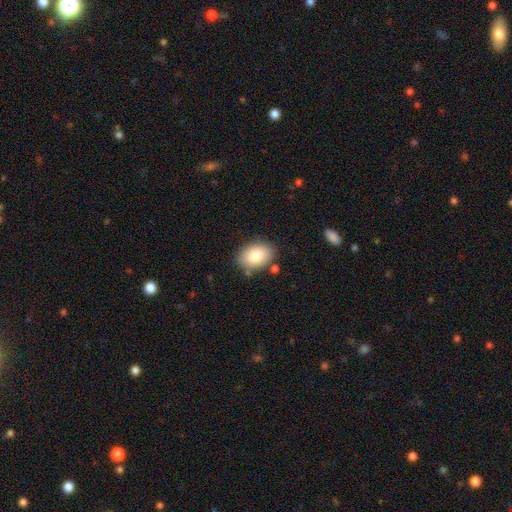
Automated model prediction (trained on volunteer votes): Smooth or featured?
  - smooth: 82% *
  - featured or disk: 11%
  - star or artifact: 7%
How rounded?
  - in between: 85% *
  - round: 14%
  - cigar-shaped: 1%
Merging?
  - none: 79% *
  - minor disturbance: 13%
  - merger: 4%
  - major disturbance: 3%